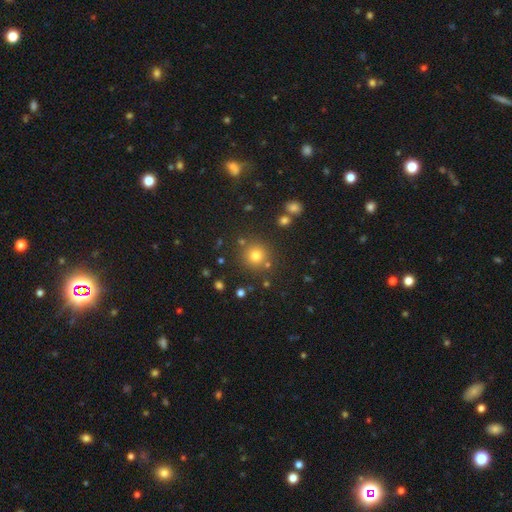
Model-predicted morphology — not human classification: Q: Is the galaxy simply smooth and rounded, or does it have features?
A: smooth — 77%.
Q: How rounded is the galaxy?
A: round — 93%.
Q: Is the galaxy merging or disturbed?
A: none — 84%.